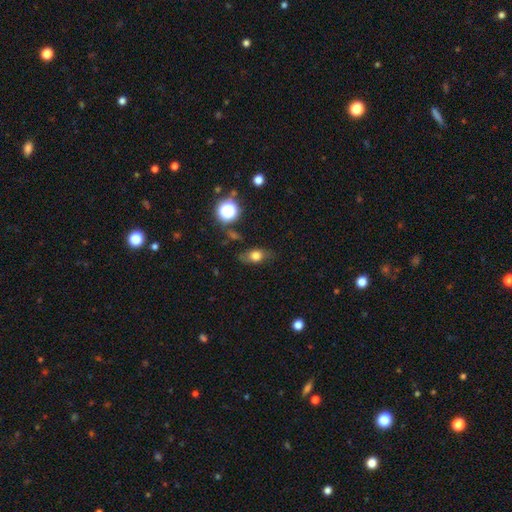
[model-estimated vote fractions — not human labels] Overall: smooth (66%). How rounded: in between (69%). Merging: none (71%).